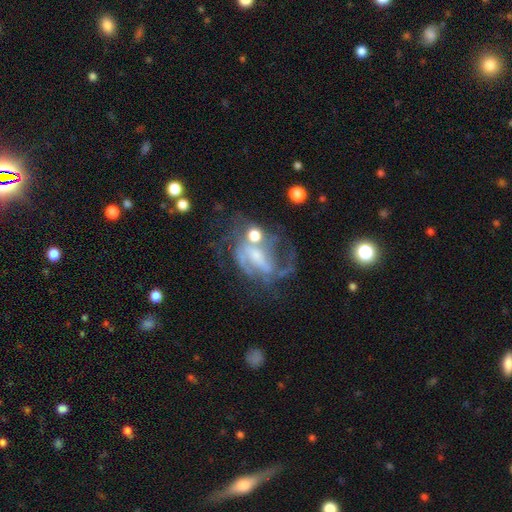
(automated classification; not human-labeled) A featured or disk galaxy (76%) with a weak bar (38%), 2 (38%) medium (44%) spiral arms (77%) and a small central bulge (40%). Merging: major disturbance (35%).